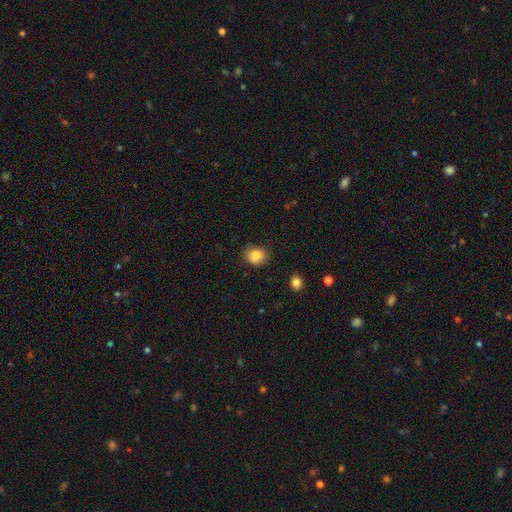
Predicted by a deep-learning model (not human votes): This is clearly a smooth galaxy (86%). How rounded: likely round (74%). Merging: likely none (78%).